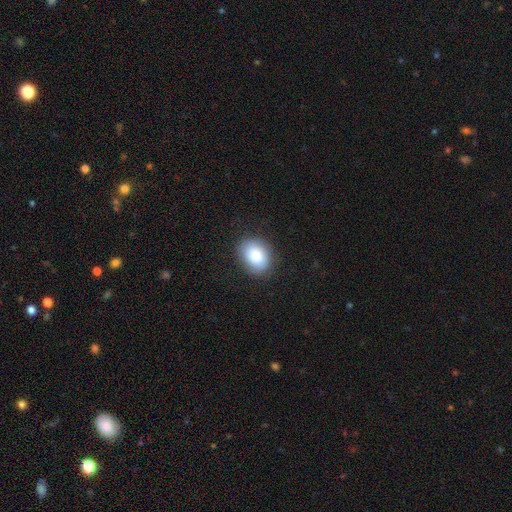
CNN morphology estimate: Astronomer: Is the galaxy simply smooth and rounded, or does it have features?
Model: smooth — 81%.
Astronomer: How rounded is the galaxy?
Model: in between — 58% (runner-up: round, 41%).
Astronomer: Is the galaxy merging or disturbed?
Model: none — 83%.